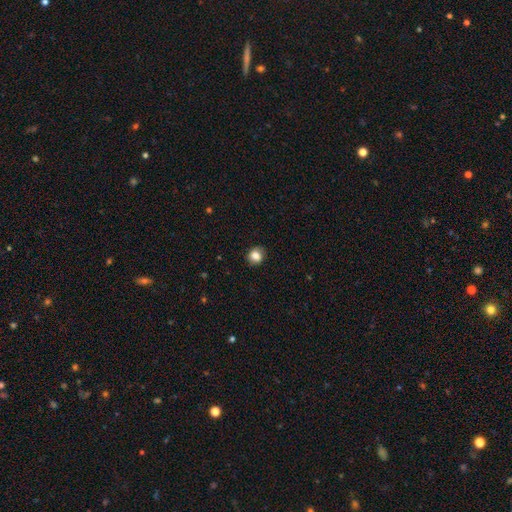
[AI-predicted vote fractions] A smooth galaxy with no disk features (82%) that is round (73%).

Vote fractions:
- Smooth or featured? smooth: 82% / star or artifact: 10% / featured or disk: 8%
- How rounded? round: 73% / in between: 26% / cigar-shaped: 1%
- Merging? none: 84% / minor disturbance: 12% / major disturbance: 3% / merger: 1%